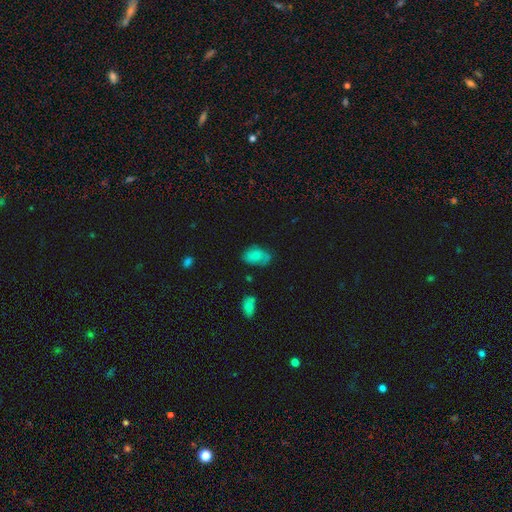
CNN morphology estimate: This is likely a smooth galaxy (69%). How rounded: clearly in between (87%). Merging: possibly none (54%).